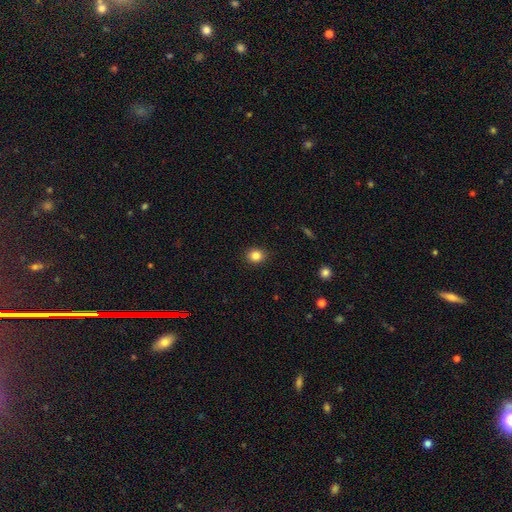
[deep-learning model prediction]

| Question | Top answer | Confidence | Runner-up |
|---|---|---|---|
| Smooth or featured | smooth | 84% | star or artifact (11%) |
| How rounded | round | 74% | in between (25%) |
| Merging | none | 90% | minor disturbance (7%) |